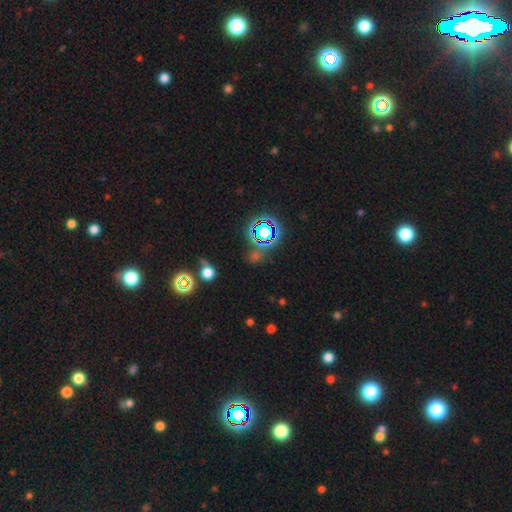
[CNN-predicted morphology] Overall: star or artifact (64%; smooth 26%).